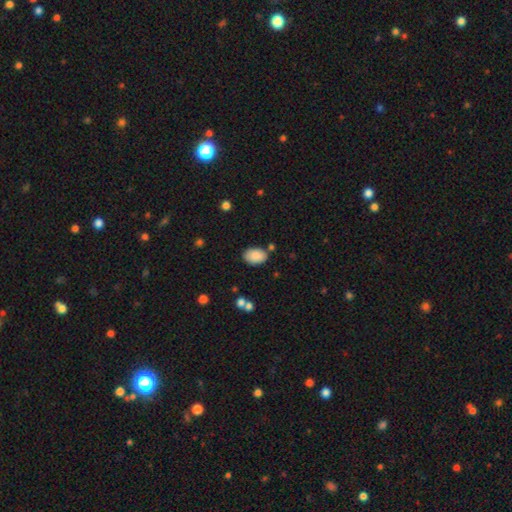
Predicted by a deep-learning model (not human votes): Smooth or featured: smooth — 89% (star or artifact — 7%)
How rounded: in between — 91% (round — 8%)
Merging: none — 80% (minor disturbance — 13%)